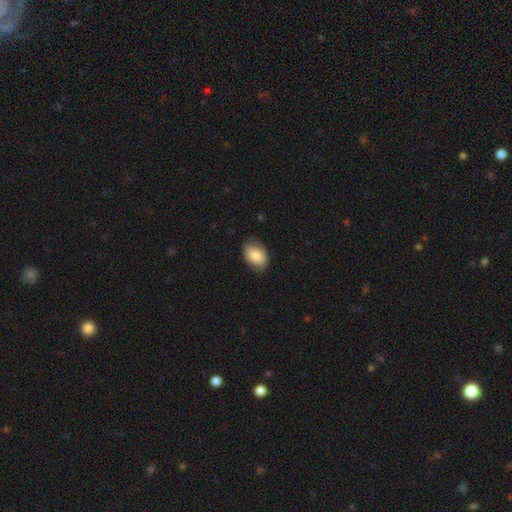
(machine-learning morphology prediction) Overall: smooth (85%). How rounded: in between (86%). Merging: none (82%).